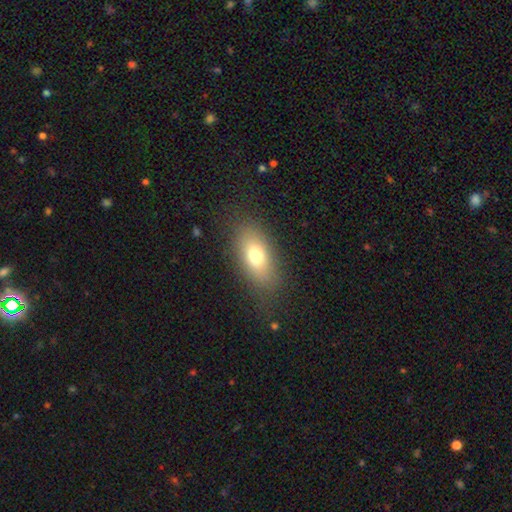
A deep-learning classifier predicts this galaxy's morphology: type=smooth (73%); roundness=in between (84%); merging=none (80%).